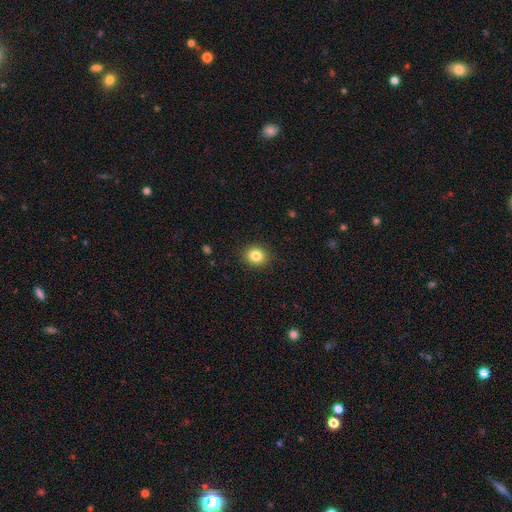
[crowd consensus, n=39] A smooth galaxy with no disk features (87%) that is round (82%). Merging: none (94%).